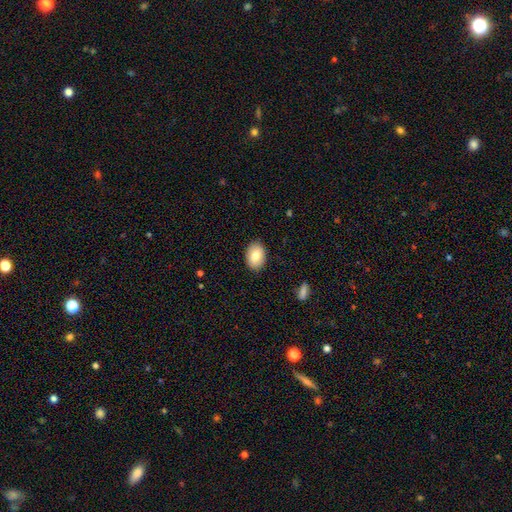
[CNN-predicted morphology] A smooth galaxy with no disk features (81%) that is in between round and cigar-shaped (81%). Merging: none (89%).